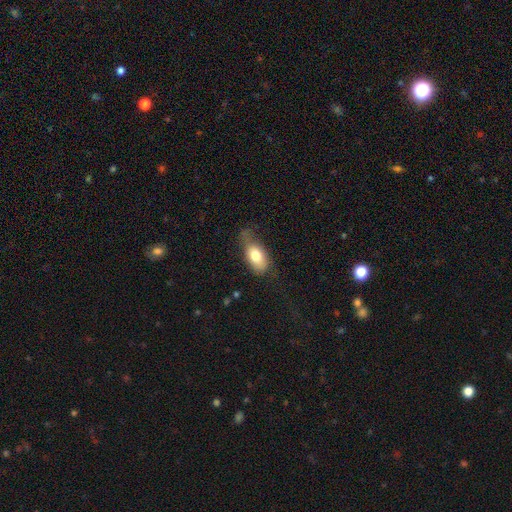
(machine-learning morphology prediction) This appears to be a smooth galaxy with no disk features (75%) that is in between round and cigar-shaped (89%). Merging: none (43%).